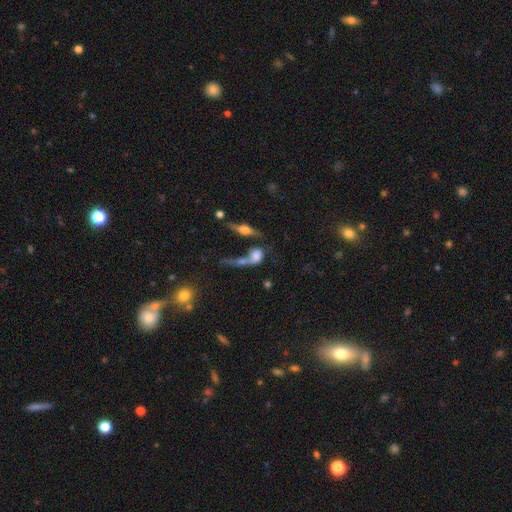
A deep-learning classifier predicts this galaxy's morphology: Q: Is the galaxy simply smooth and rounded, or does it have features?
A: smooth — 54%.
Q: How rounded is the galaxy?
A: in between — 57%.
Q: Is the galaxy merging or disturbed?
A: merger — 48%.